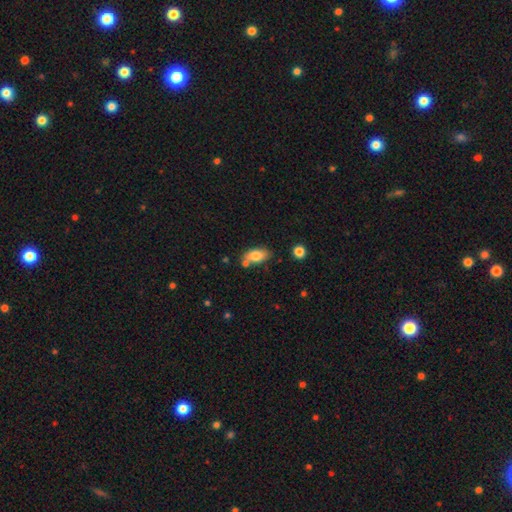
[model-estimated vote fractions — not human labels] A smooth galaxy with no disk features (78%) that is in between round and cigar-shaped (89%). Merging: none (66%).